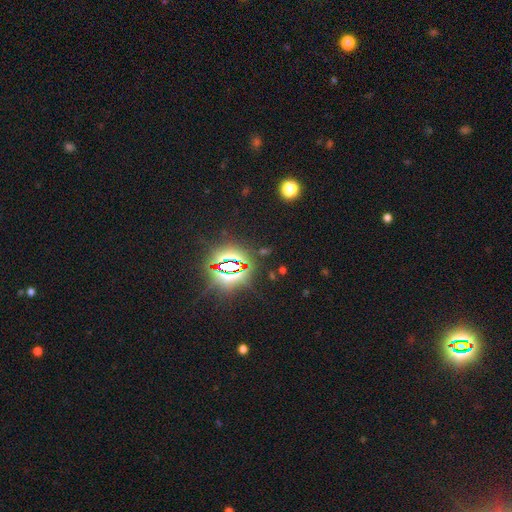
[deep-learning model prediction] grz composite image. It shows a star or artifact, not a galaxy (81%).